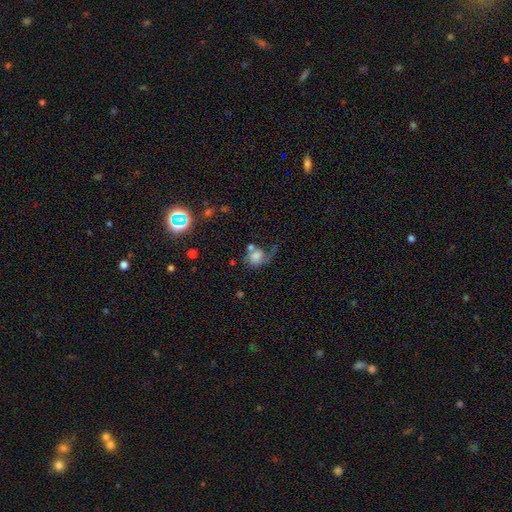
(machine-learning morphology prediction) smooth-or-featured: smooth: 56% | featured or disk: 31% | star or artifact: 13%
  how-rounded: round: 56% | in between: 43% | cigar-shaped: 1%
  merging: major disturbance: 30% (tied) | none: 30% (tied) | minor disturbance: 22% | merger: 19%